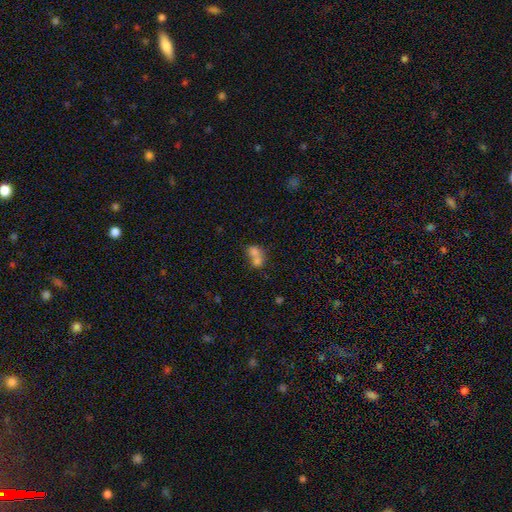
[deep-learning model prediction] Smooth or featured? Predicted: smooth (p=0.72). How rounded? Predicted: round (p=0.52). Merging? Predicted: merger (p=0.71).